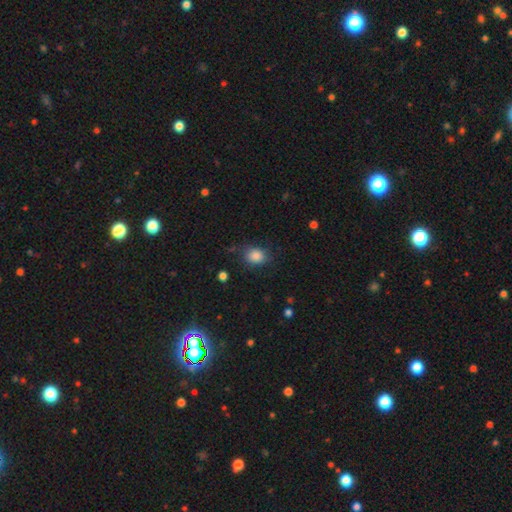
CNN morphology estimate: Smooth or featured? Predicted: smooth (p=0.85). How rounded? Predicted: in between (p=0.51). Merging? Predicted: none (p=0.77).